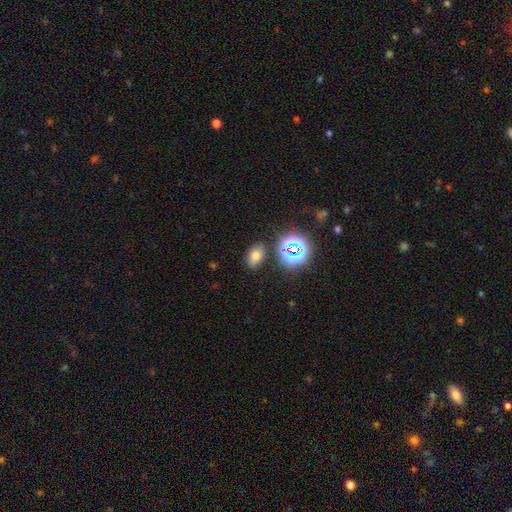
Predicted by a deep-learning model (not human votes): Smooth or featured? Predicted: smooth (p=0.67). How rounded? Predicted: in between (p=0.84). Merging? Predicted: none (p=0.81).